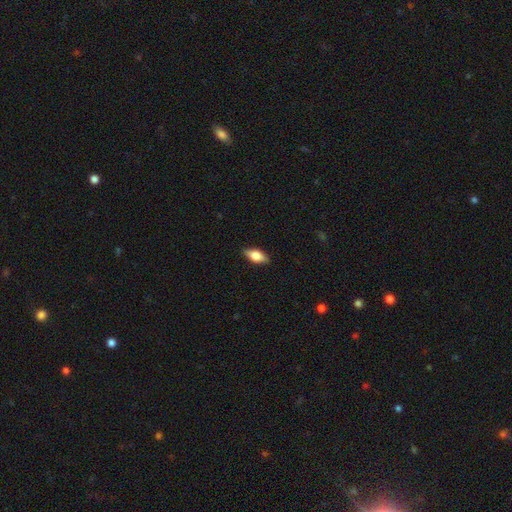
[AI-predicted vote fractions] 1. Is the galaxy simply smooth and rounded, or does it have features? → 66% smooth, 27% featured or disk, 7% star or artifact.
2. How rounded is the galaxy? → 81% in between, 15% cigar-shaped, 4% round.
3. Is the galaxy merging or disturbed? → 87% none, 10% minor disturbance, 2% major disturbance, 1% merger.